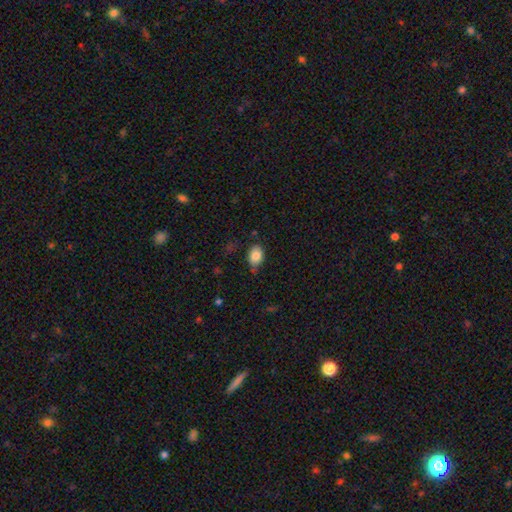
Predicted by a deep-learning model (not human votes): A smooth galaxy with no disk features (85%) that is in between round and cigar-shaped (78%).

Vote fractions:
- Smooth or featured? smooth: 85% / star or artifact: 8% / featured or disk: 7%
- How rounded? in between: 78% / round: 20% / cigar-shaped: 1%
- Merging? none: 66% / minor disturbance: 26% / major disturbance: 5% / merger: 3%